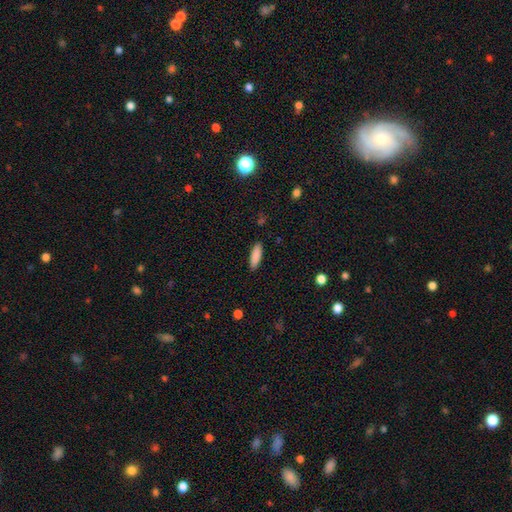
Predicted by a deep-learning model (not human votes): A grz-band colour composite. It shows a smooth galaxy with no disk features (88%) that is in between round and cigar-shaped (50%). Merging: none (89%).